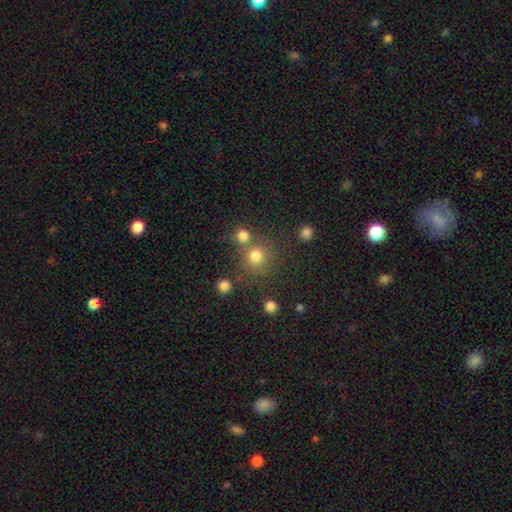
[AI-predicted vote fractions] Overall: smooth (77%). How rounded: round (91%). Merging: none (66%).